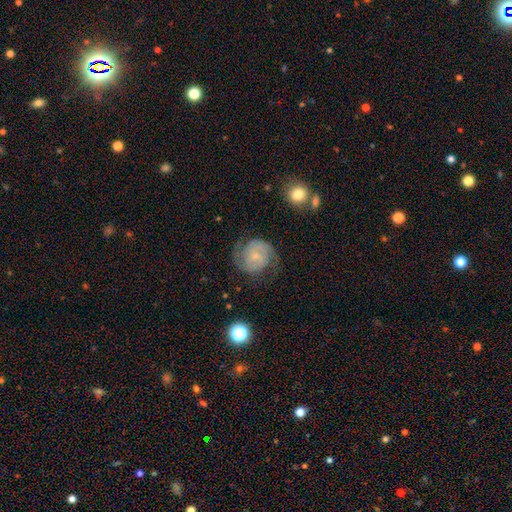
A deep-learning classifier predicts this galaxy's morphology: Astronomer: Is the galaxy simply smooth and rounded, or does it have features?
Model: featured or disk — 74%.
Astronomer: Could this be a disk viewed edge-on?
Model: no — 98%.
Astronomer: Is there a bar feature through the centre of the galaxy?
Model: no — 59% (runner-up: weak, 35%).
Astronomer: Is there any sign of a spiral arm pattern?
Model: yes — 94%.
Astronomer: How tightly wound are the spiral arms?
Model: tight — 47% (runner-up: medium, 41%).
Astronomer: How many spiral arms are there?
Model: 2 — 76%.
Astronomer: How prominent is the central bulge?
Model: small — 68%.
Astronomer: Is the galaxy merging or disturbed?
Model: none — 70%.